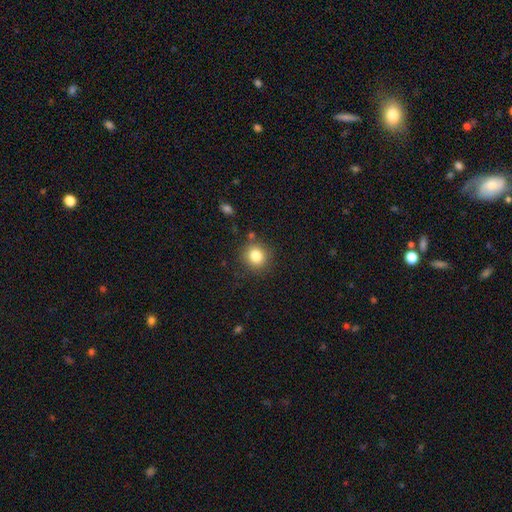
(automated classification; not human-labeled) Smooth or featured? smooth (82%)
How rounded? round (88%)
Merging? none (85%)